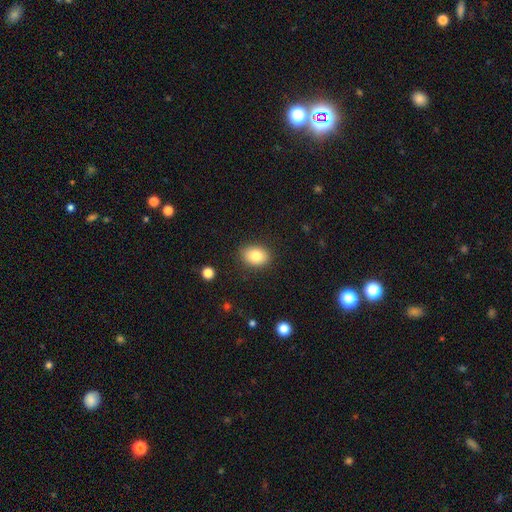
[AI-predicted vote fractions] smooth_or_featured: smooth (p=0.82) [alt: featured or disk p=0.09]
how_rounded: in between (p=0.70) [alt: round p=0.29]
merging: none (p=0.86) [alt: minor disturbance p=0.10]